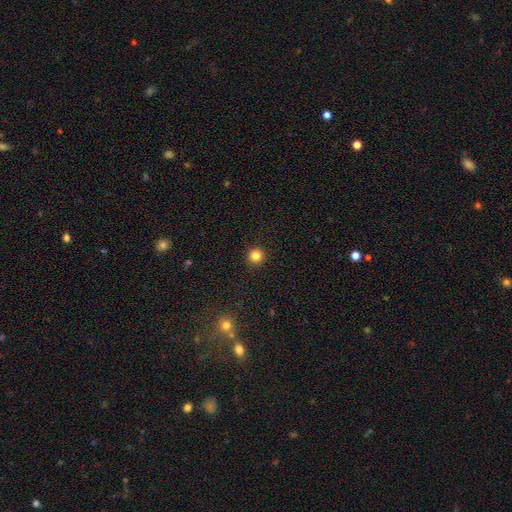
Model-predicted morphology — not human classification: Smooth or featured? Predicted: smooth (p=0.83). How rounded? Predicted: round (p=0.96). Merging? Predicted: none (p=0.93).